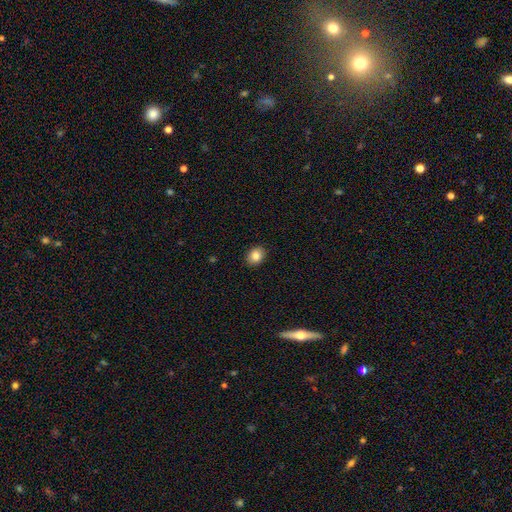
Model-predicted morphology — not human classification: The model was most divided on "how rounded": round: 54%, in between: 45%, cigar-shaped: 1%. More confident: merging — none (90%); smooth or featured — smooth (85%).